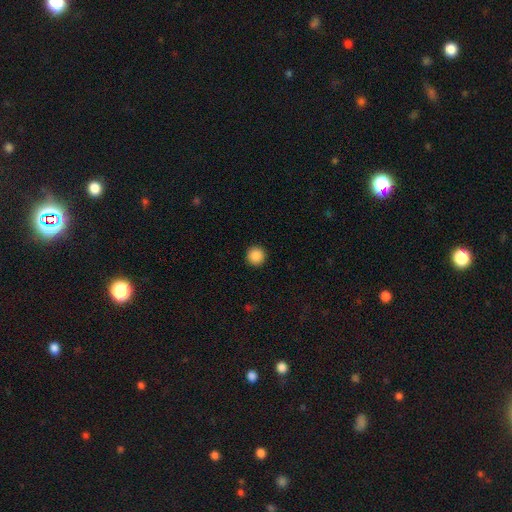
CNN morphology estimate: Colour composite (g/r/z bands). It shows a smooth galaxy with no disk features (89%) that is round (95%). Merging: none (93%).